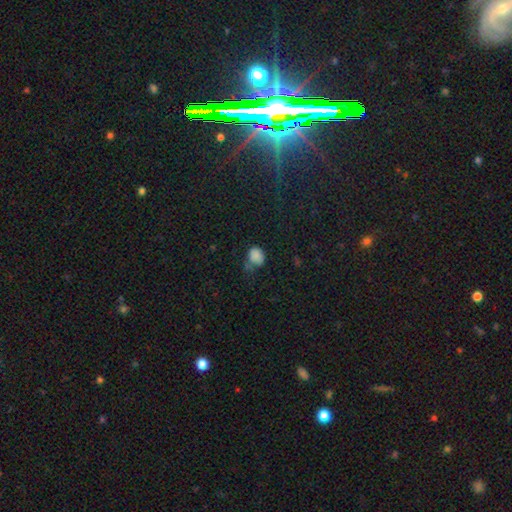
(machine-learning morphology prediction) Smooth or featured: smooth — 80% (star or artifact — 13%)
How rounded: in between — 53% (round — 46%)
Merging: none — 44% (minor disturbance — 32%)